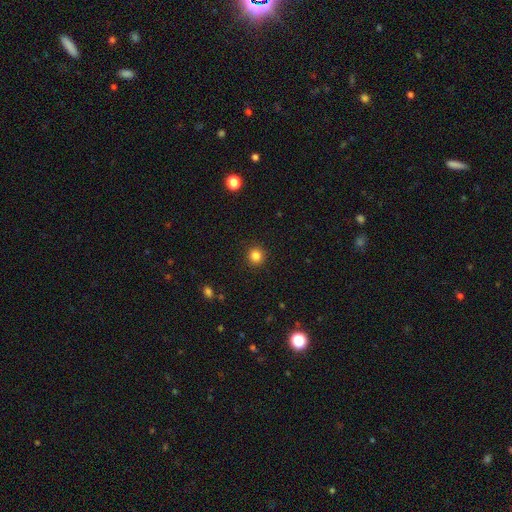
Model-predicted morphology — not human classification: A smooth galaxy with no disk features (84%) that is round (91%).

Vote fractions:
- Smooth or featured? smooth: 84% / star or artifact: 12% / featured or disk: 4%
- How rounded? round: 91% / in between: 8% / cigar-shaped: 1%
- Merging? none: 92% / minor disturbance: 5% / major disturbance: 2% / merger: 1%